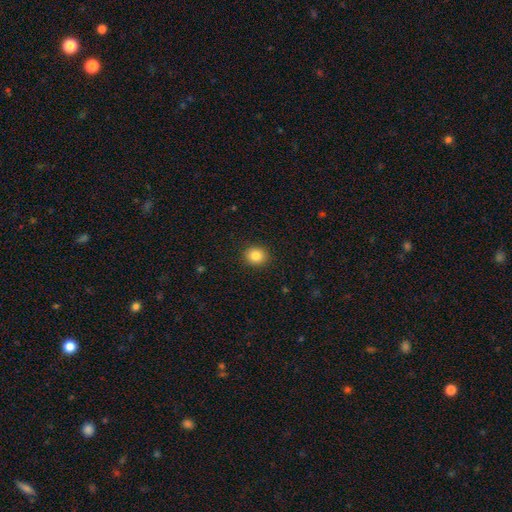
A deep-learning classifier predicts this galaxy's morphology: This appears to be a smooth galaxy with no disk features (84%) that is round (76%). Merging: none (91%).